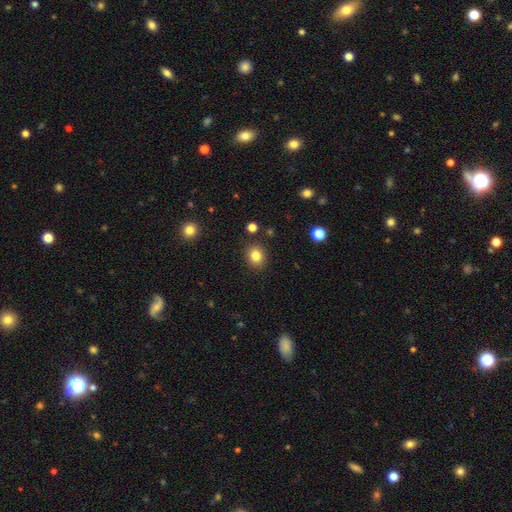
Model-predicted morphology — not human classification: smooth_or_featured: smooth (p=0.83) [alt: star or artifact p=0.11]
how_rounded: round (p=0.69) [alt: in between p=0.30]
merging: none (p=0.88) [alt: minor disturbance p=0.08]